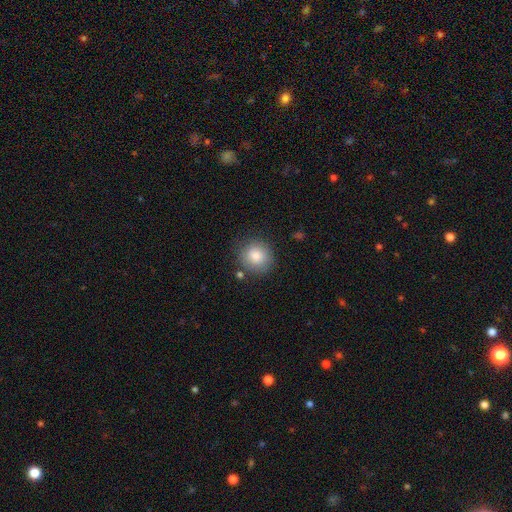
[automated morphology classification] A smooth galaxy with no disk features (83%) that is round (90%). Merging: none (82%).